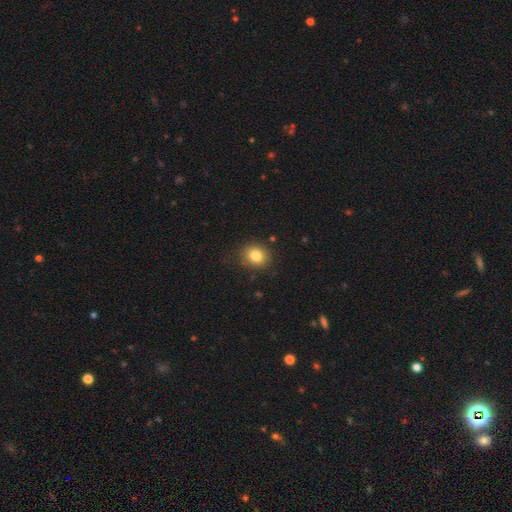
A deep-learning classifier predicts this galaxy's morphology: Overall: smooth (82%). How rounded: round (72%). Merging: none (83%).